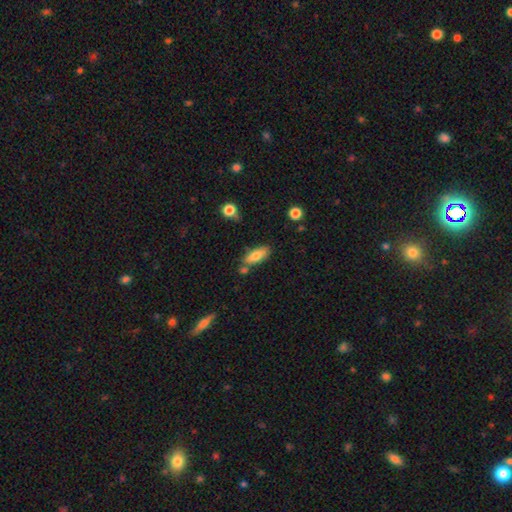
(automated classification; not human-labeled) Smooth or featured? Predicted: smooth (p=0.77). How rounded? Predicted: in between (p=0.74). Merging? Predicted: none (p=0.69).